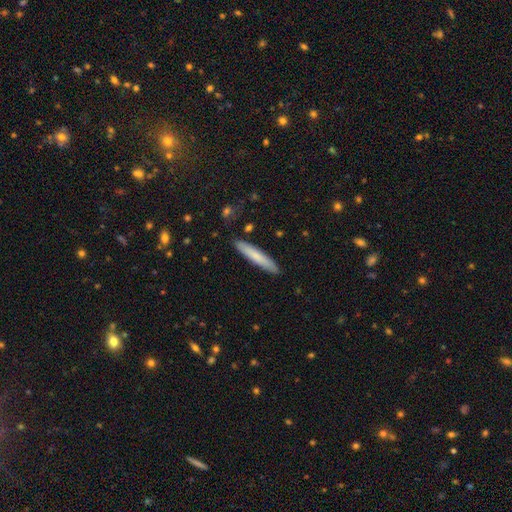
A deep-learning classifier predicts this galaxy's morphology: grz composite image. It shows a smooth galaxy with no disk features (75%) that is cigar-shaped (92%). Merging: none (89%).